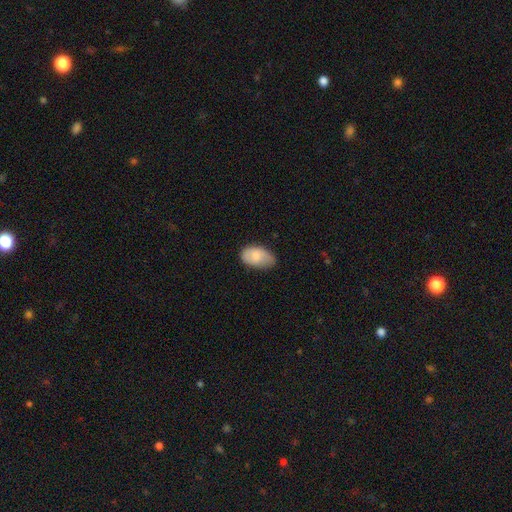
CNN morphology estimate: Smooth or featured: smooth — 79% (featured or disk — 14%)
How rounded: in between — 93% (round — 6%)
Merging: none — 58% (minor disturbance — 34%)